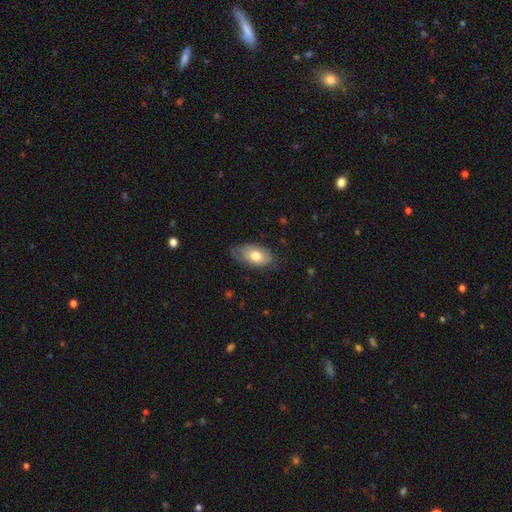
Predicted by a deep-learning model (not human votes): Smooth or featured: smooth — 67% (featured or disk — 27%)
How rounded: in between — 93% (round — 5%)
Merging: none — 62% (minor disturbance — 28%)